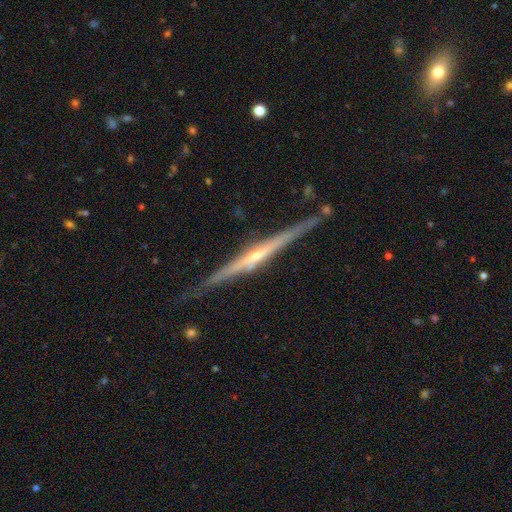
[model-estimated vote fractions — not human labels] Smooth or featured? featured or disk (84%)
Edge-on disk? yes (98%)
Edge-on bulge? rounded (67%)
Merging? none (85%)